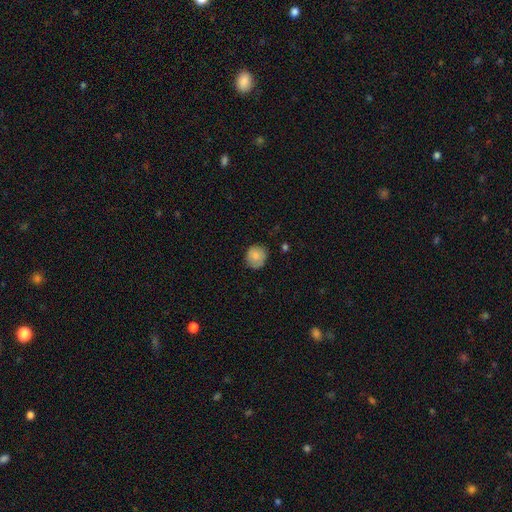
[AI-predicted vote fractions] Smooth or featured? Predicted: smooth (p=0.82). How rounded? Predicted: round (p=0.86). Merging? Predicted: none (p=0.78).